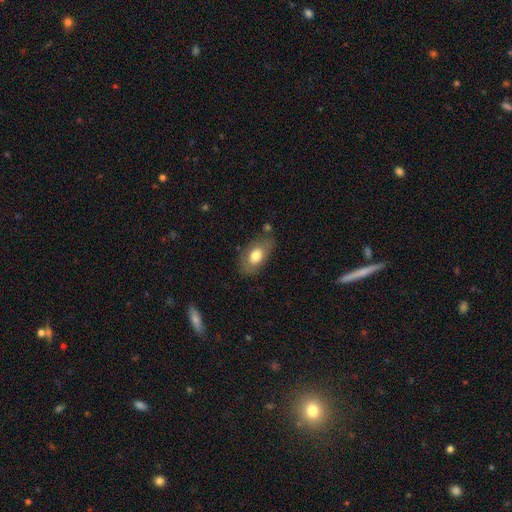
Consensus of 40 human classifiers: A smooth galaxy with no disk features (80%) that is in between round and cigar-shaped (94%).

Vote fractions:
- Smooth or featured? smooth: 80% / featured or disk: 15% / star or artifact: 5%
- How rounded? in between: 94% / round: 3% / cigar-shaped: 3%
- Merging? none: 63% / minor disturbance: 26% / major disturbance: 8% / merger: 3%